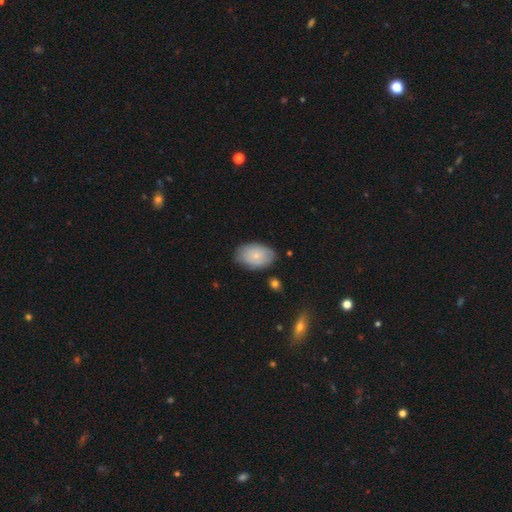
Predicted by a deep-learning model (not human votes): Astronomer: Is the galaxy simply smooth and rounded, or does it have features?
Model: smooth — 64%.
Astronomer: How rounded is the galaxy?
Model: in between — 89%.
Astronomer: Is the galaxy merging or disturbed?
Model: none — 72%.